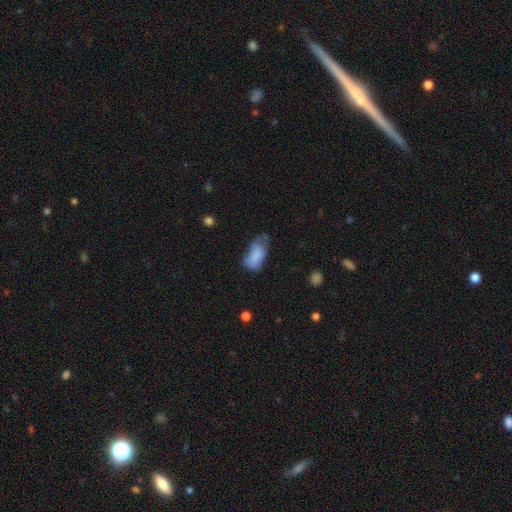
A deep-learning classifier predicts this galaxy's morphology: Q: Smooth or featured?
A: smooth (77%); runner-up: featured or disk (15%)
Q: How rounded?
A: in between (92%); runner-up: cigar-shaped (4%)
Q: Merging?
A: minor disturbance (38%); runner-up: none (32%)